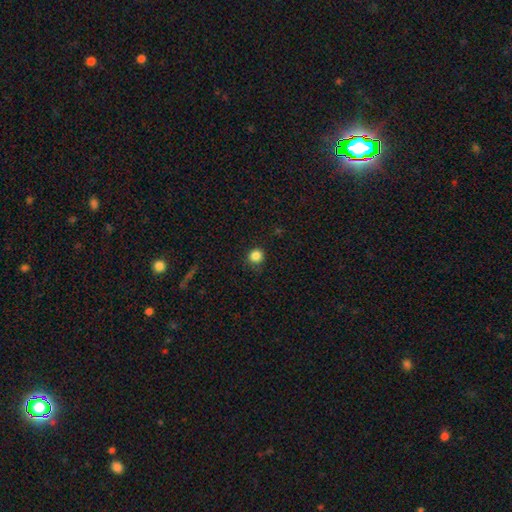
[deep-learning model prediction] This is clearly a smooth galaxy (84%). How rounded: clearly round (91%). Merging: clearly none (83%).